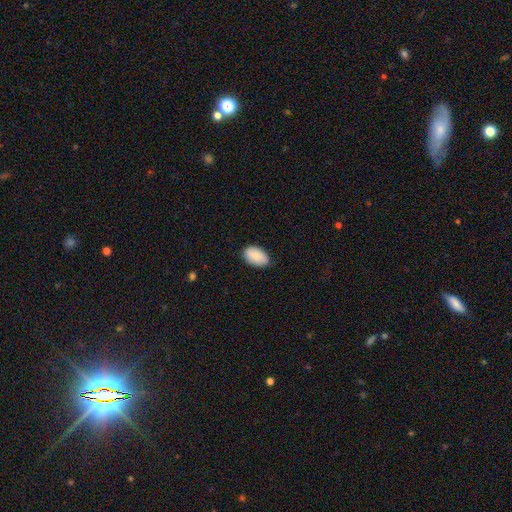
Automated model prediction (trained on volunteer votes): A smooth galaxy with no disk features (85%) that is in between round and cigar-shaped (92%).

Vote fractions:
- Smooth or featured? smooth: 85% / featured or disk: 8% / star or artifact: 6%
- How rounded? in between: 92% / round: 7% / cigar-shaped: 1%
- Merging? none: 81% / minor disturbance: 16% / major disturbance: 2% / merger: 1%